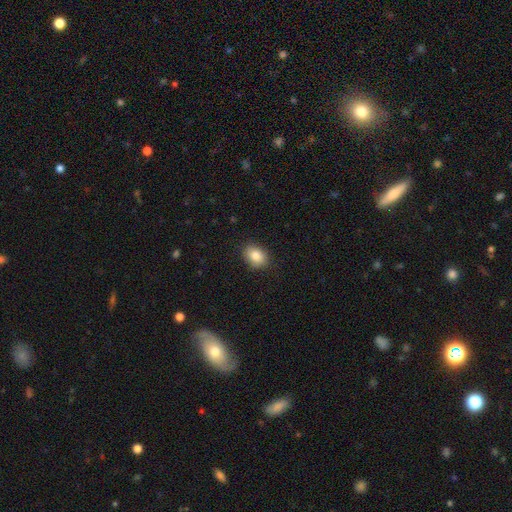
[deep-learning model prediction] A smooth galaxy with no disk features (86%) that is in between round and cigar-shaped (72%). Merging: none (87%).